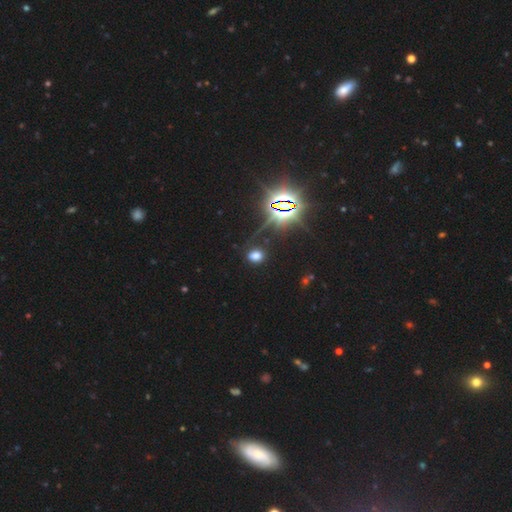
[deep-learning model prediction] Overall: smooth (58%; star or artifact 34%). How rounded: in between (56%; round 41%). Merging: none (80%).